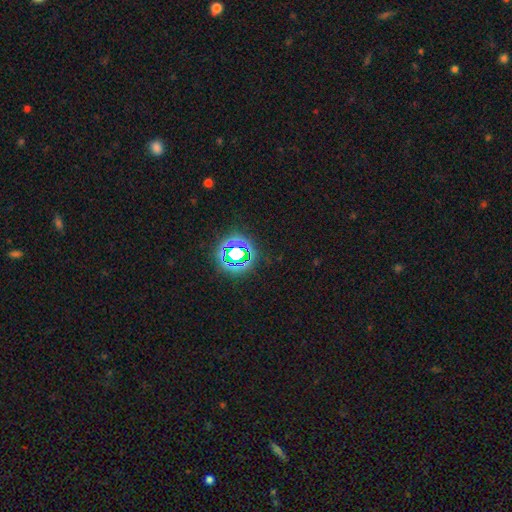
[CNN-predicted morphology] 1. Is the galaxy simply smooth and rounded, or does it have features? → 77% star or artifact, 17% smooth, 7% featured or disk.